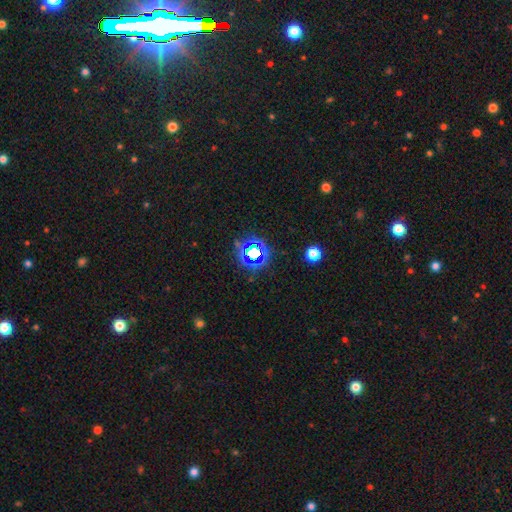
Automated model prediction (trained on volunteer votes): smooth_or_featured: star or artifact (p=0.73) [alt: smooth p=0.18]